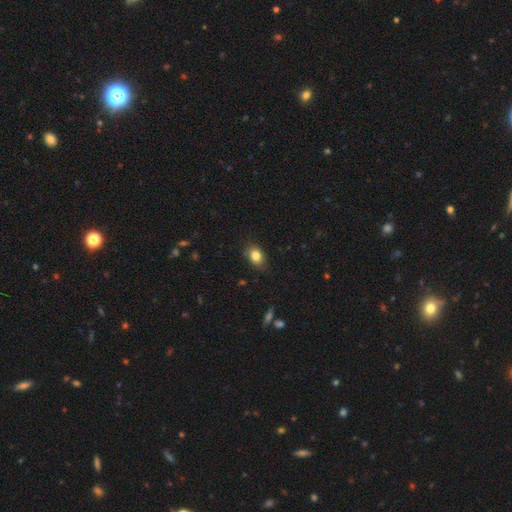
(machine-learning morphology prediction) Smooth or featured? Predicted: smooth (p=0.82). How rounded? Predicted: in between (p=0.72). Merging? Predicted: none (p=0.78).